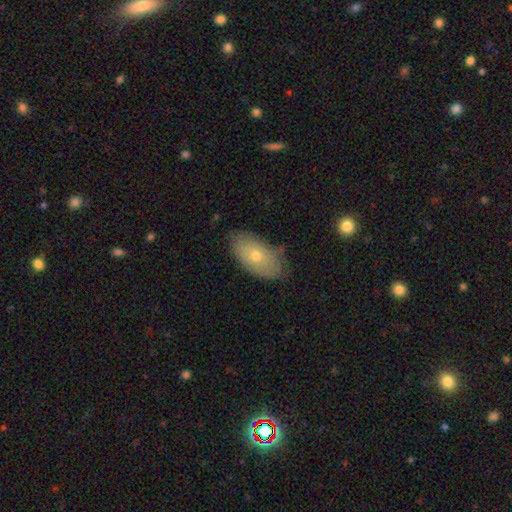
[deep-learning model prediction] A smooth galaxy with no disk features (65%) that is in between round and cigar-shaped (92%). Merging: none (76%).